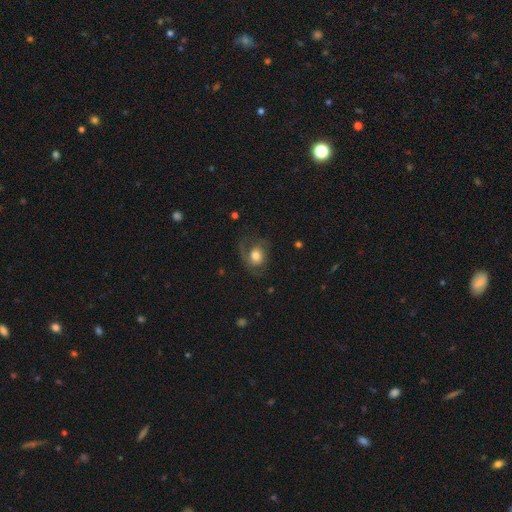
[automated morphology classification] type=smooth (50%); merging=none (51%).